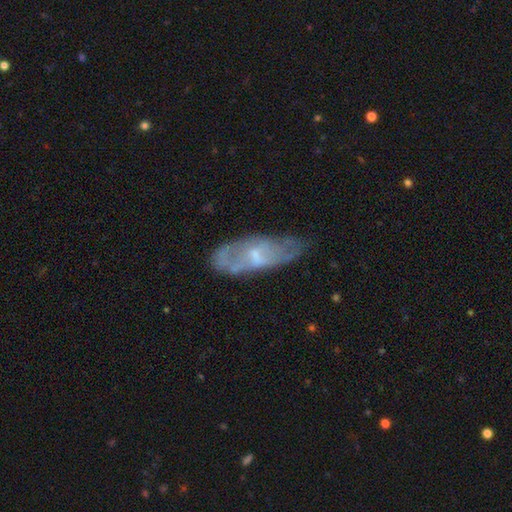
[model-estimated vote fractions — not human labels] featured or disk 57%, smooth 35%, star or artifact 8%. Down the decision tree: edge-on disk — no (83%); merging — none (54%).